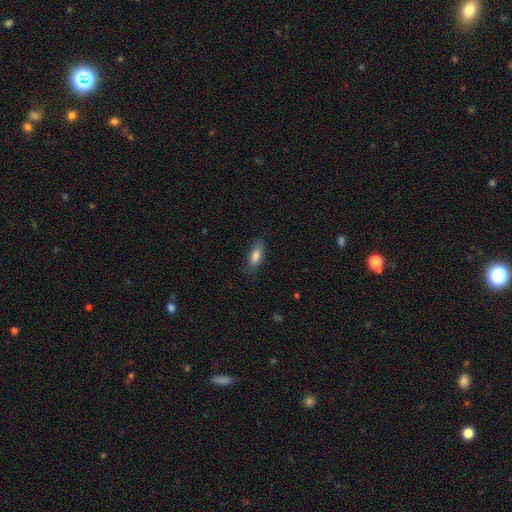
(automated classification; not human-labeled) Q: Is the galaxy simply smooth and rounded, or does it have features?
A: smooth — 80%.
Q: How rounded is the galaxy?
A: in between — 73%.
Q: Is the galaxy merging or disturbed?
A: none — 78%.